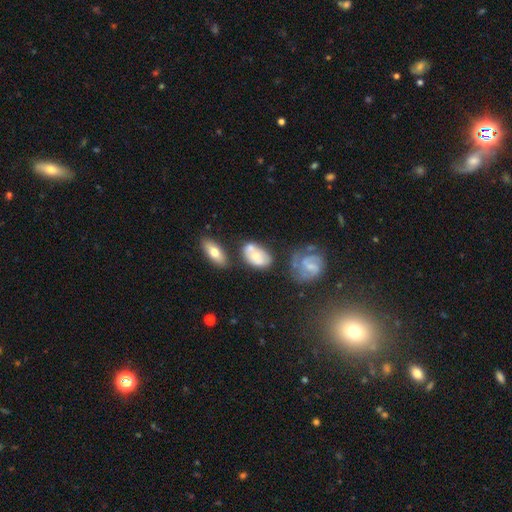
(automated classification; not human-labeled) The model was most divided on "smooth or featured": smooth: 49%, featured or disk: 43%, star or artifact: 8%. Remaining: merging — none (44%).